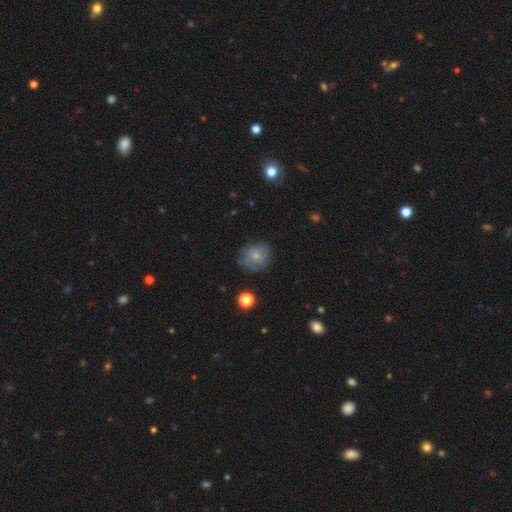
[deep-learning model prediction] smooth-or-featured: smooth: 72% | featured or disk: 18% | star or artifact: 10%
  how-rounded: round: 76% | in between: 23% | cigar-shaped: 1%
  merging: none: 73% | minor disturbance: 20% | major disturbance: 6% | merger: 2%